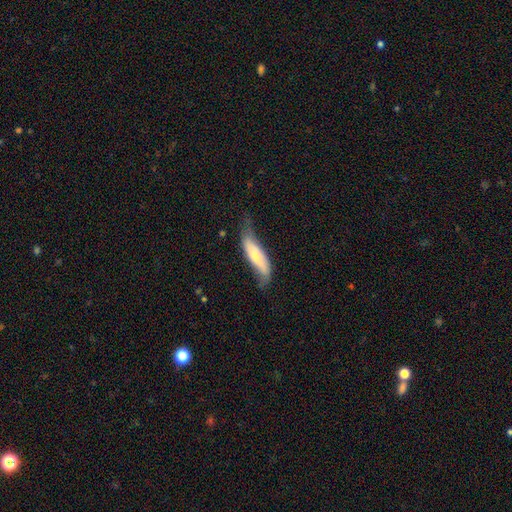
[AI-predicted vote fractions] Smooth or featured: featured or disk — 48% (smooth — 46%)
Merging: none — 45% (minor disturbance — 36%)